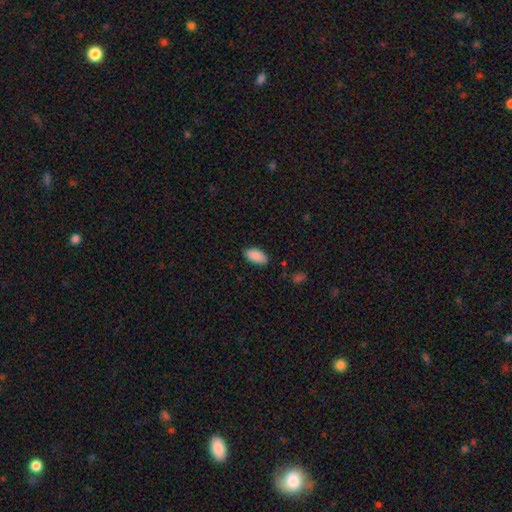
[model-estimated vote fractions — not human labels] Morphology: type=smooth (89%); roundness=in between (93%); merging=none (84%).